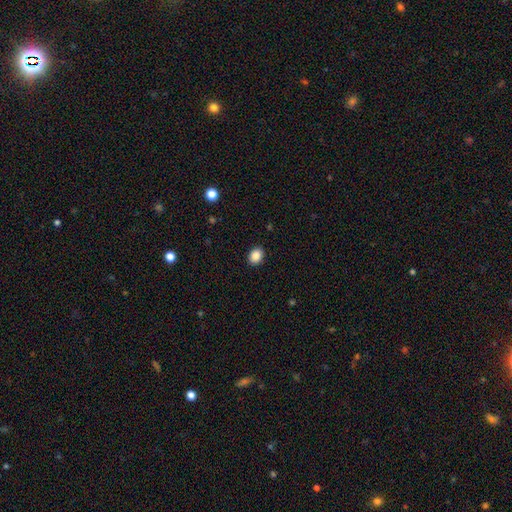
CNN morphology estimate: Smooth or featured? Predicted: smooth (p=0.88). How rounded? Predicted: in between (p=0.62). Merging? Predicted: none (p=0.90).